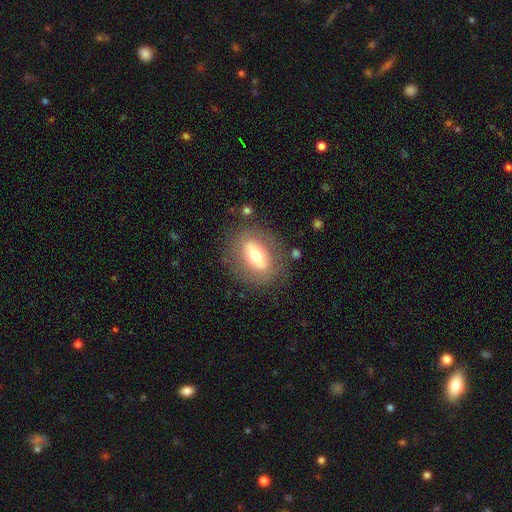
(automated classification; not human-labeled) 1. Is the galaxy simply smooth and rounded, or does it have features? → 53% smooth, 39% featured or disk, 8% star or artifact.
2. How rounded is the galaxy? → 71% in between, 25% round, 4% cigar-shaped.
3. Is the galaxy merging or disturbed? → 79% none, 13% minor disturbance, 7% major disturbance, 2% merger.